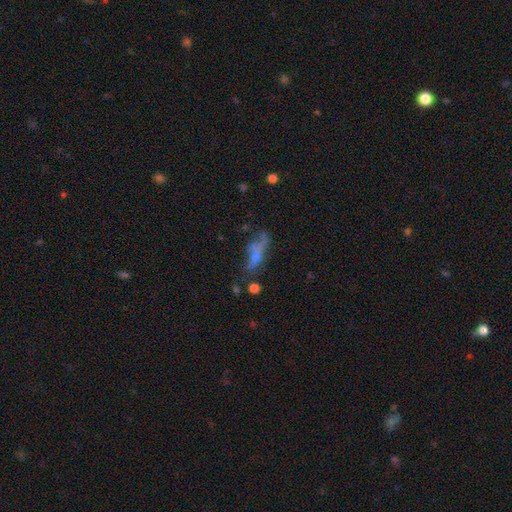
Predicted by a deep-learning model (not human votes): The model was most divided on "smooth or featured": featured or disk: 47%, smooth: 36%, star or artifact: 17%. Remaining: merging — none (39%).